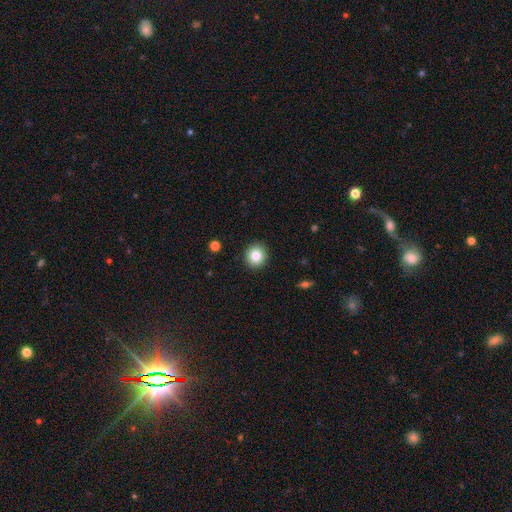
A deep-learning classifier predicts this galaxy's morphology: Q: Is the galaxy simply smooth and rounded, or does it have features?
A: smooth — 83%.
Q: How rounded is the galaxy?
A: round — 89%.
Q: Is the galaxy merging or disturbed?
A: none — 92%.